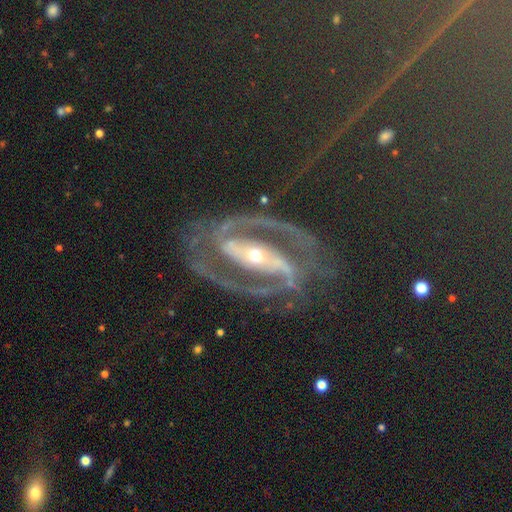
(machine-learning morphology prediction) Smooth or featured: featured or disk — 56% (star or artifact — 31%)
Edge-on disk: no — 89% (yes — 11%)
Merging: none — 75% (minor disturbance — 13%)